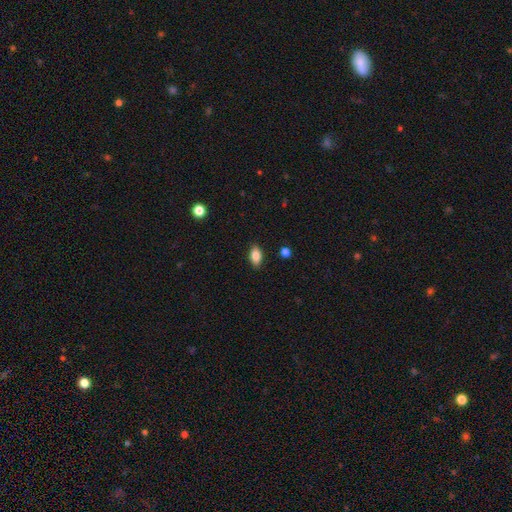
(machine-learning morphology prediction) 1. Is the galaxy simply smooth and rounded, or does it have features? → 84% smooth, 8% featured or disk, 8% star or artifact.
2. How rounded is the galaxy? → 89% in between, 6% round, 5% cigar-shaped.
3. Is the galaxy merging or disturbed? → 88% none, 9% minor disturbance, 2% major disturbance, 1% merger.